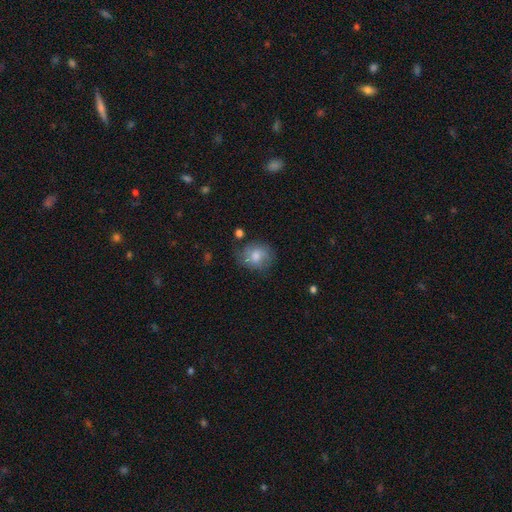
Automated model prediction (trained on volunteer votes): Smooth or featured? smooth (66%)
How rounded? round (63%)
Merging? none (68%)